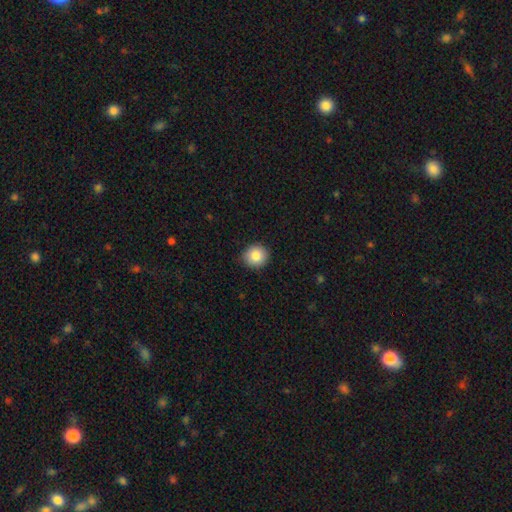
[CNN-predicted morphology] This appears to be a smooth galaxy with no disk features (84%) that is round (89%). Merging: none (88%).